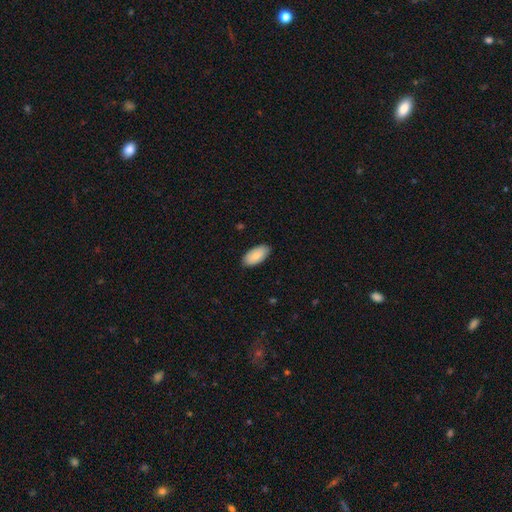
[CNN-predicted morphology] smooth 80%, featured or disk 14%, star or artifact 6%. Down the decision tree: how rounded — in between (95%); merging — none (87%).